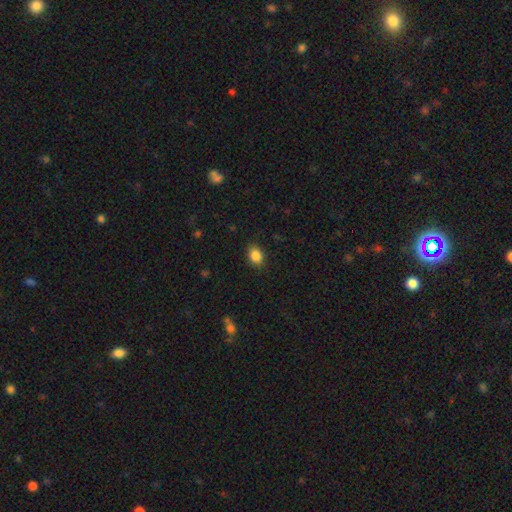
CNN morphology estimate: Smooth or featured? smooth (86%)
How rounded? in between (60%)
Merging? none (85%)